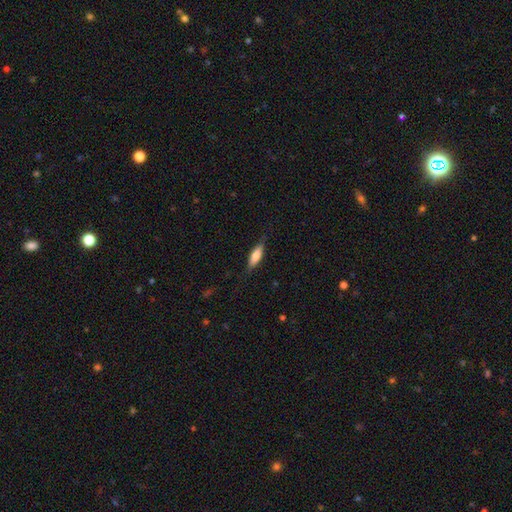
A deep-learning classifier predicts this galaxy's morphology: Smooth or featured? Predicted: smooth (p=0.67). How rounded? Predicted: cigar-shaped (p=0.53). Merging? Predicted: none (p=0.81).